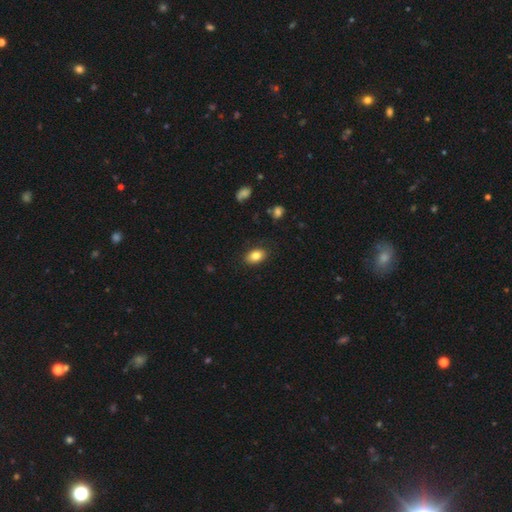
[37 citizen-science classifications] smooth 89%, featured or disk 5%, star or artifact 5%. Down the decision tree: how rounded — in between (91%); merging — none (89%).